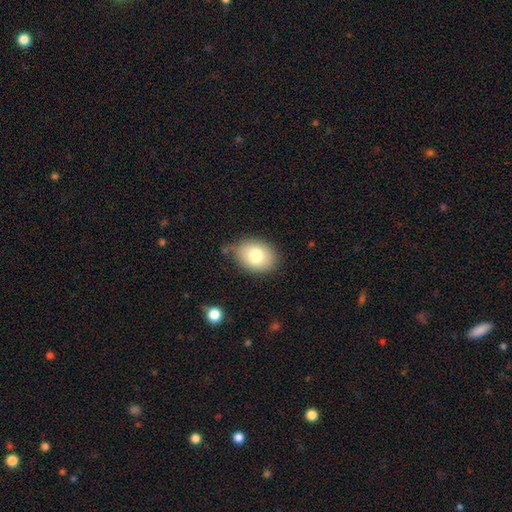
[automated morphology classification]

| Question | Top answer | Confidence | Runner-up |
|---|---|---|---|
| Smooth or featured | smooth | 80% | featured or disk (12%) |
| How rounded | in between | 67% | round (32%) |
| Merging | none | 72% | minor disturbance (21%) |